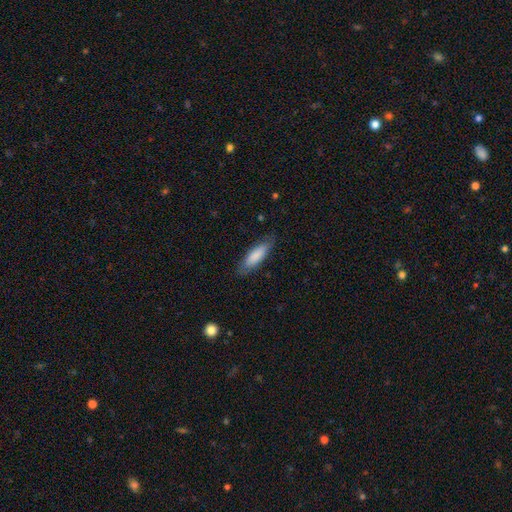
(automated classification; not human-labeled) A smooth galaxy with no disk features (83%) that is in between round and cigar-shaped (49%, tied with cigar-shaped). Merging: none (81%).